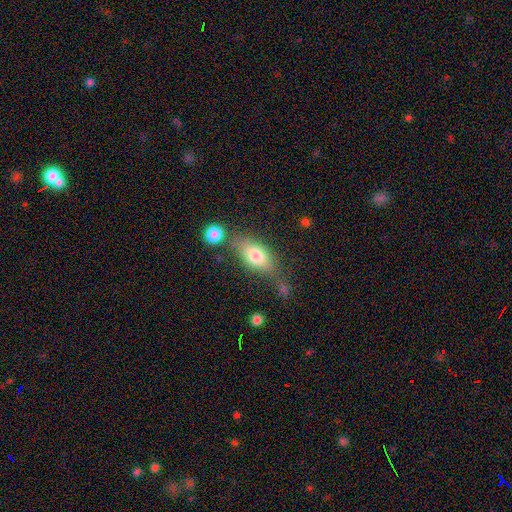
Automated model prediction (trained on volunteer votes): Q: Smooth or featured?
A: smooth (74%); runner-up: featured or disk (18%)
Q: How rounded?
A: in between (83%); runner-up: cigar-shaped (11%)
Q: Merging?
A: none (59%); runner-up: minor disturbance (19%)